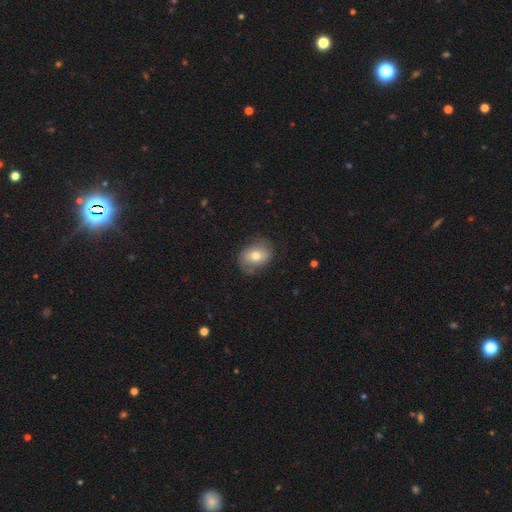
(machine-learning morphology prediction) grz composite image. It shows a smooth galaxy with no disk features (60%) that is in between round and cigar-shaped (55%). Merging: none (72%).